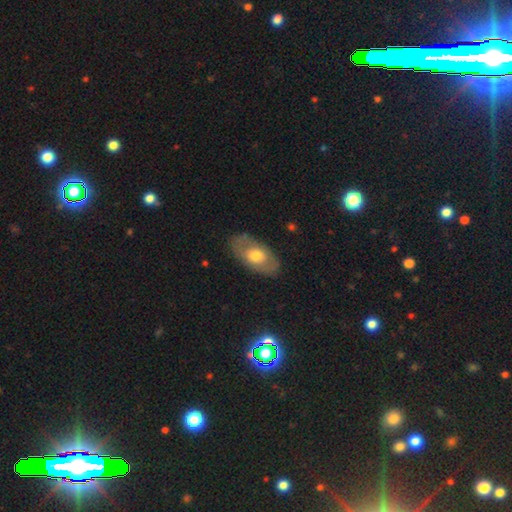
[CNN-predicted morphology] A smooth galaxy with no disk features (53%) that is in between round and cigar-shaped (90%).

Vote fractions:
- Smooth or featured? smooth: 53% / featured or disk: 42% / star or artifact: 6%
- How rounded? in between: 90% / round: 7% / cigar-shaped: 3%
- Merging? none: 79% / minor disturbance: 15% / major disturbance: 4% / merger: 1%